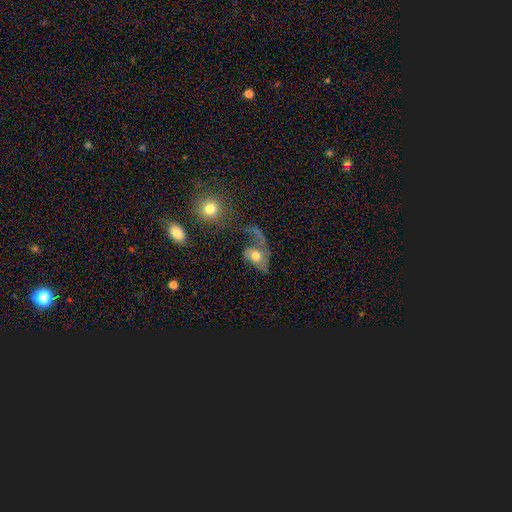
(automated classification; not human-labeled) Smooth or featured? featured or disk (50%)
Merging? major disturbance (51%)